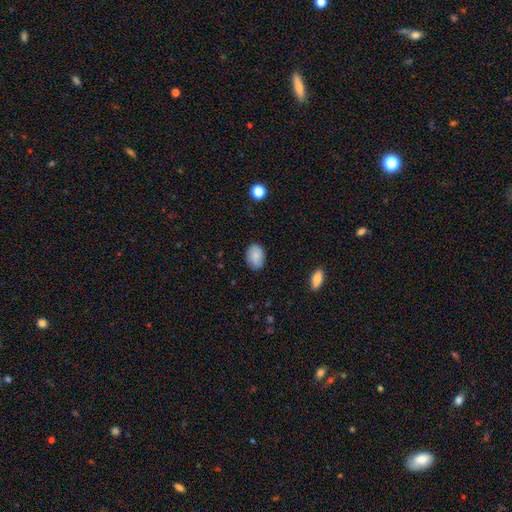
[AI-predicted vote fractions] A smooth galaxy with no disk features (86%) that is in between round and cigar-shaped (80%). Merging: none (85%).